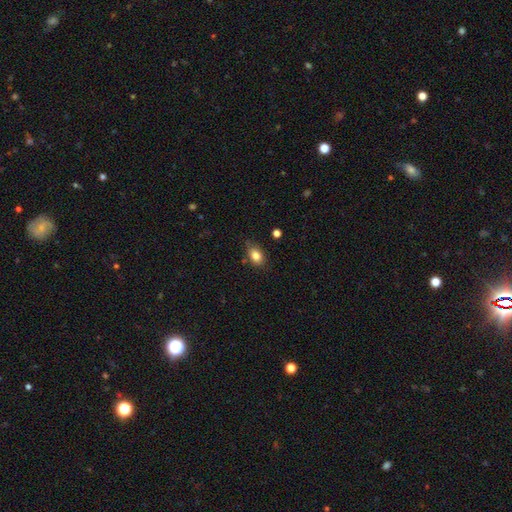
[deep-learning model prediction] This is clearly a smooth galaxy (83%). How rounded: likely in between (77%). Merging: likely none (75%).